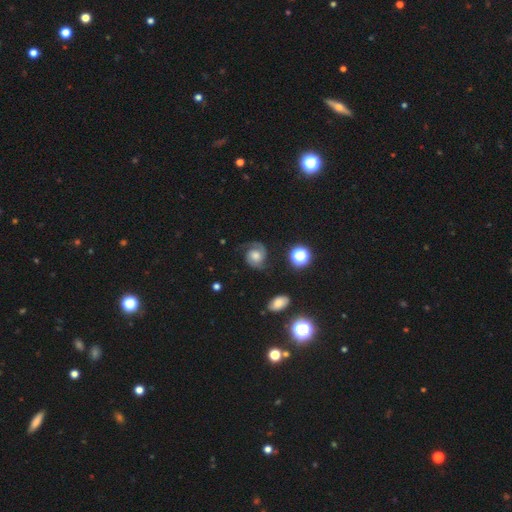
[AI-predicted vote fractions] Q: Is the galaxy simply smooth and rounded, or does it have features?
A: featured or disk — 76%.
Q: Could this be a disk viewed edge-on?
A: no — 98%.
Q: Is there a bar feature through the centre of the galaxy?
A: no — 65%.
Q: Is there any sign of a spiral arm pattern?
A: yes — 96%.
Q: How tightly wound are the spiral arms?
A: medium — 49%.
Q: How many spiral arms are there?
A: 2 — 84%.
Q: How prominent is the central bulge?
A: moderate — 49%.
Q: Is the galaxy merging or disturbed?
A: none — 71%.